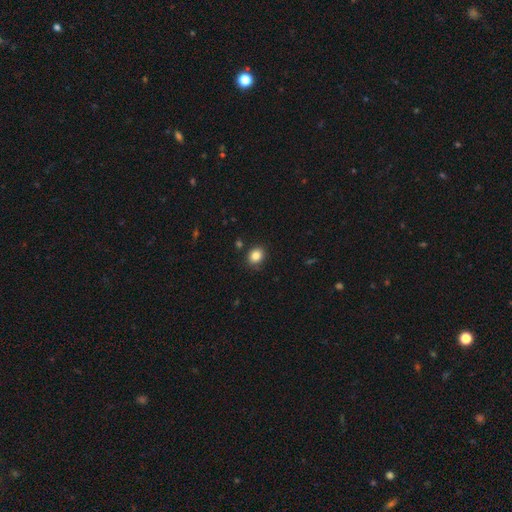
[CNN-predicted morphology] Overall: smooth (85%). How rounded: round (60%; in between 39%). Merging: none (86%).